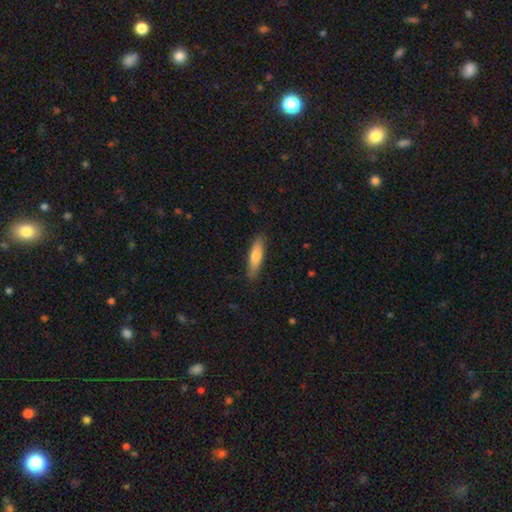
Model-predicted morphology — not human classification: The model was most divided on "how rounded": cigar-shaped: 68%, in between: 31%, round: 2%. More confident: merging — none (86%); smooth or featured — smooth (74%).